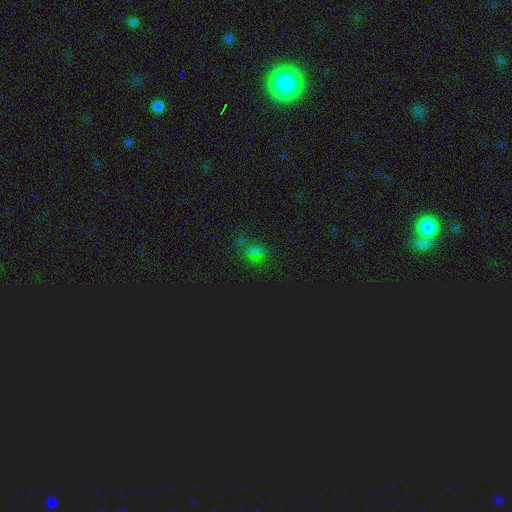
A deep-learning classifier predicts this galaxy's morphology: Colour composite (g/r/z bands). It shows a star or artifact, not a galaxy (53%).